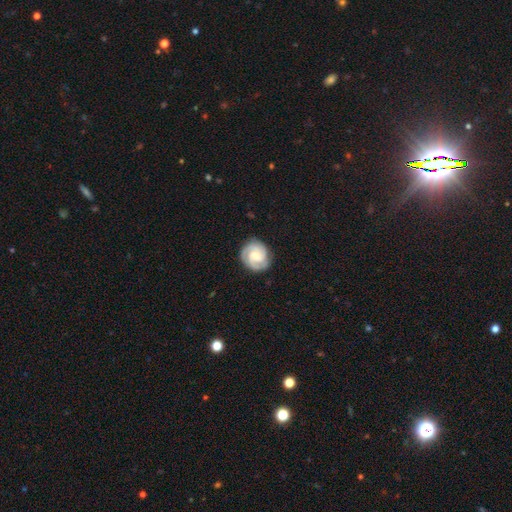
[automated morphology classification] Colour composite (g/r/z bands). It shows a featured or disk galaxy (82%) with no bar (59%), 3 (44%) tight (66%) spiral arms (97%) and a small central bulge (47%). Merging: none (83%).